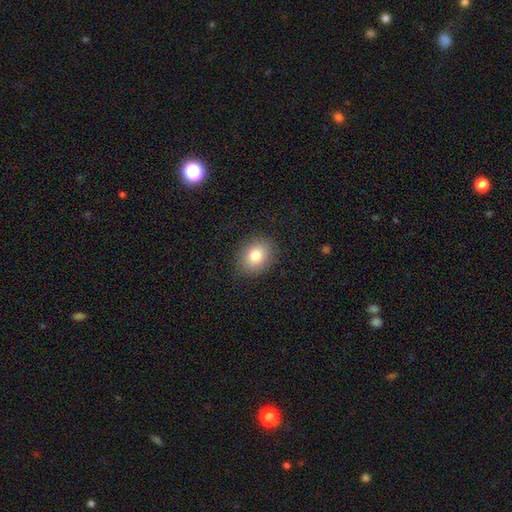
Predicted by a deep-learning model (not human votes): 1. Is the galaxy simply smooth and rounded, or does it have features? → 81% smooth, 10% star or artifact, 10% featured or disk.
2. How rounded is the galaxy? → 51% round, 48% in between, 1% cigar-shaped.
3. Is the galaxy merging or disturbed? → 87% none, 9% minor disturbance, 3% major disturbance, 1% merger.